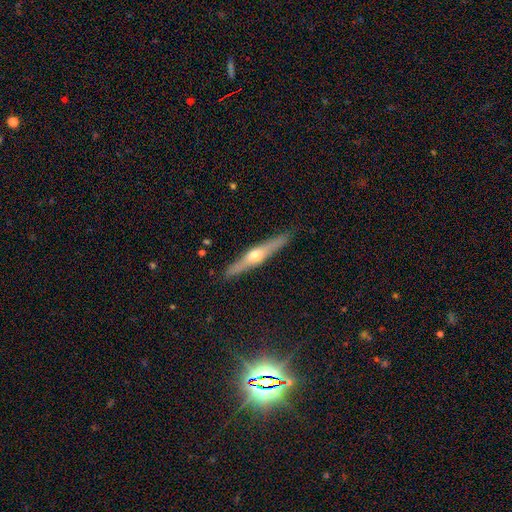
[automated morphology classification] A featured or disk galaxy (67%) viewed edge-on (96%) with a rounded central bulge (91%). Merging: none (90%).